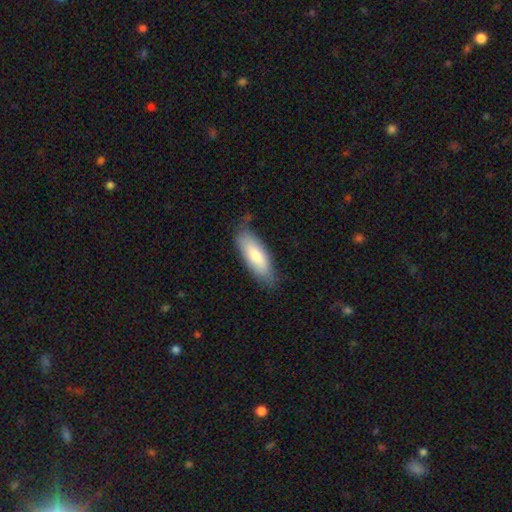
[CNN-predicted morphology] This appears to be a smooth galaxy with no disk features (78%) that is in between round and cigar-shaped (65%). Merging: none (73%).